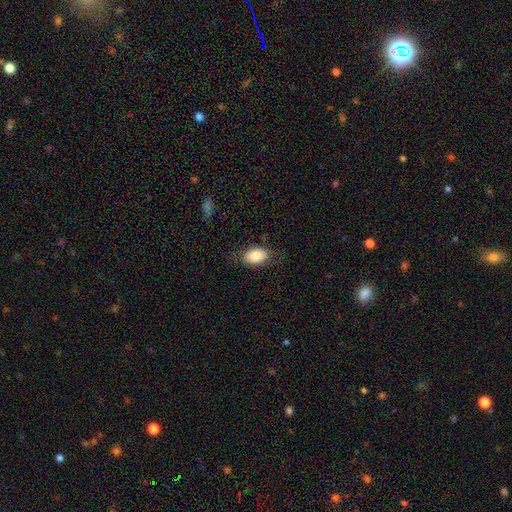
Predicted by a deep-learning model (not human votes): Q: Smooth or featured?
A: smooth (84%); runner-up: featured or disk (9%)
Q: How rounded?
A: in between (88%); runner-up: round (10%)
Q: Merging?
A: none (76%); runner-up: minor disturbance (17%)